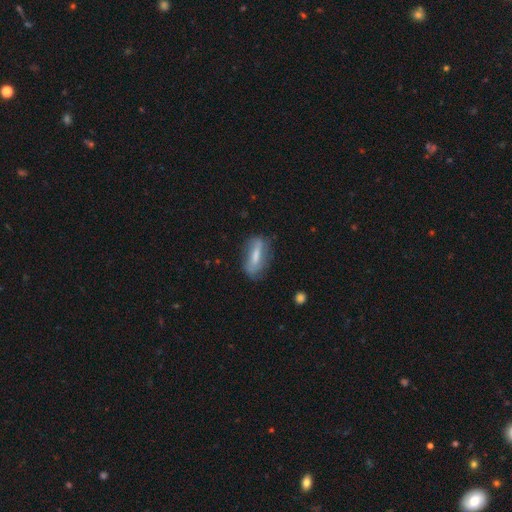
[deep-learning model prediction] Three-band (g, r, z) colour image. It shows a smooth galaxy with no disk features (57%) that is in between round and cigar-shaped (55%). Merging: none (64%).